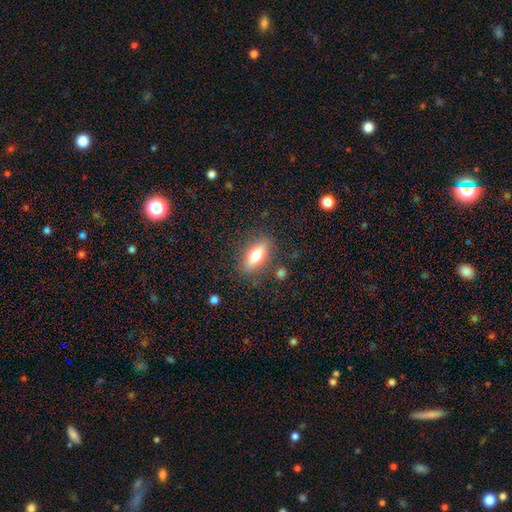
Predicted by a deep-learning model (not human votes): Smooth or featured: smooth — 69% (featured or disk — 24%)
How rounded: in between — 74% (cigar-shaped — 21%)
Merging: none — 82% (minor disturbance — 11%)